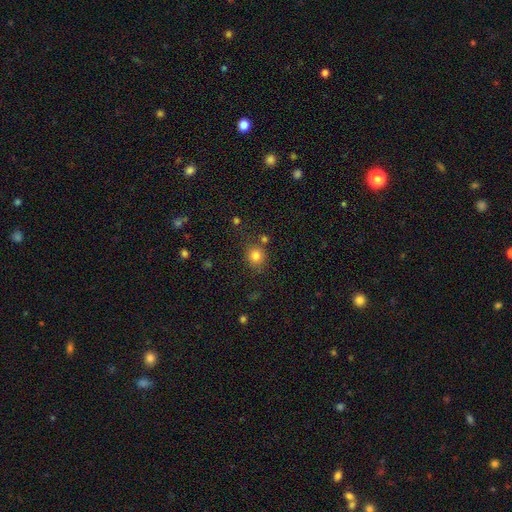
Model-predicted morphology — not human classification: smooth-or-featured: smooth: 81% | star or artifact: 13% | featured or disk: 6%
  how-rounded: round: 85% | in between: 14% | cigar-shaped: 1%
  merging: none: 77% | minor disturbance: 11% | merger: 8% | major disturbance: 4%